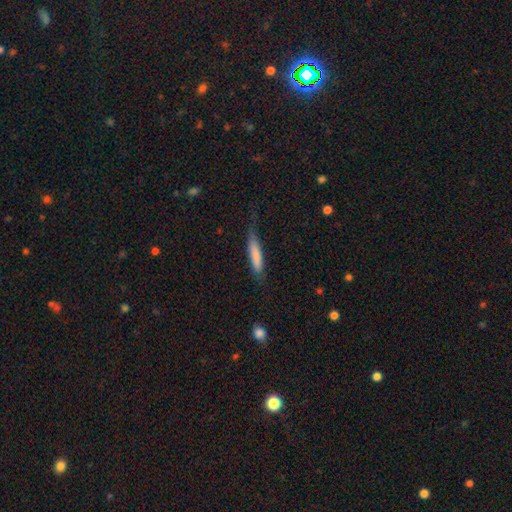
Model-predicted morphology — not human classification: Smooth or featured?
  - smooth: 77% *
  - featured or disk: 17%
  - star or artifact: 6%
How rounded?
  - cigar-shaped: 87% *
  - in between: 12%
  - round: 2%
Merging?
  - none: 59% *
  - minor disturbance: 28%
  - major disturbance: 11%
  - merger: 2%